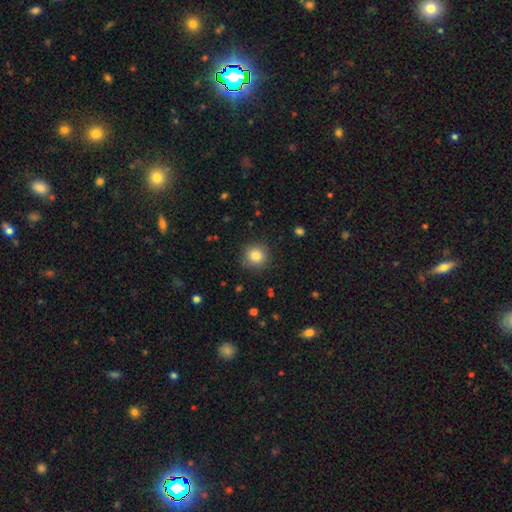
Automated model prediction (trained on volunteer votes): A smooth galaxy with no disk features (82%) that is round (93%).

Vote fractions:
- Smooth or featured? smooth: 82% / star or artifact: 11% / featured or disk: 7%
- How rounded? round: 93% / in between: 6% / cigar-shaped: 1%
- Merging? none: 88% / minor disturbance: 8% / major disturbance: 2% / merger: 1%